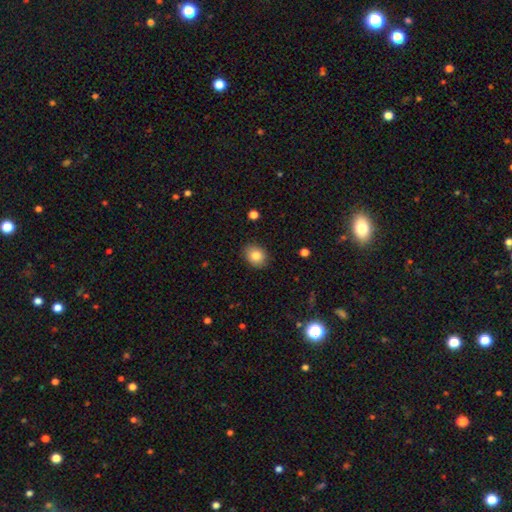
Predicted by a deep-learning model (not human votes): Smooth or featured?
  - smooth: 83% *
  - star or artifact: 9%
  - featured or disk: 8%
How rounded?
  - in between: 51% *
  - round: 48%
  - cigar-shaped: 1%
Merging?
  - none: 87% *
  - minor disturbance: 10%
  - major disturbance: 2%
  - merger: 1%